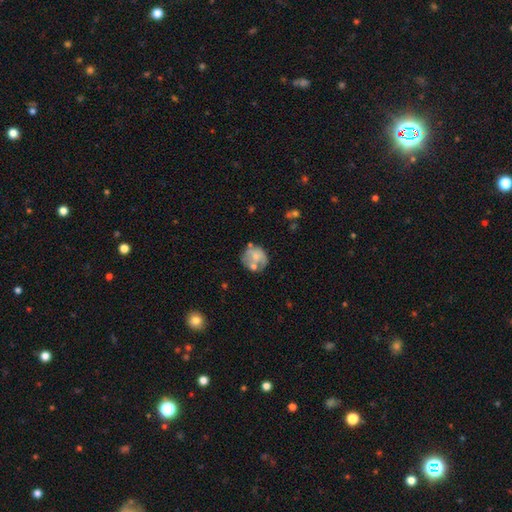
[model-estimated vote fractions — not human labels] smooth_or_featured: smooth (p=0.52) [alt: featured or disk p=0.40]
how_rounded: round (p=0.72) [alt: in between p=0.27]
merging: none (p=0.46) [alt: minor disturbance p=0.24]